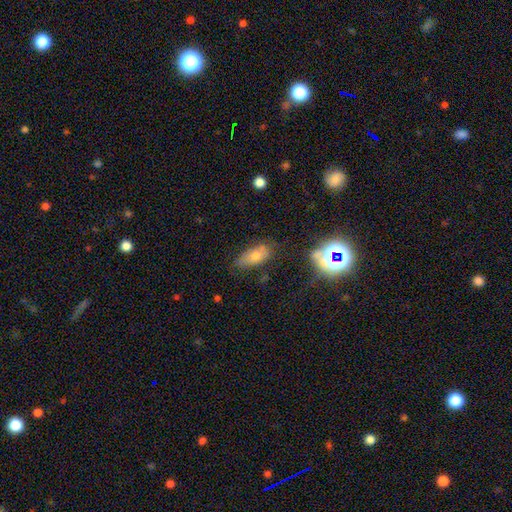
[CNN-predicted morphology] Smooth or featured? smooth (62%)
How rounded? in between (81%)
Merging? none (66%)